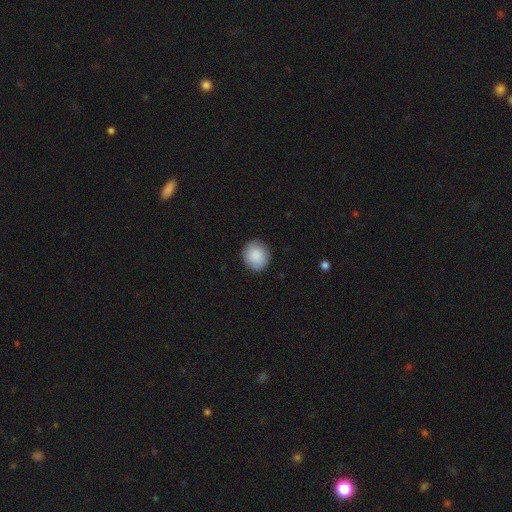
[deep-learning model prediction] A smooth galaxy with no disk features (89%) that is round (82%). Merging: none (90%).